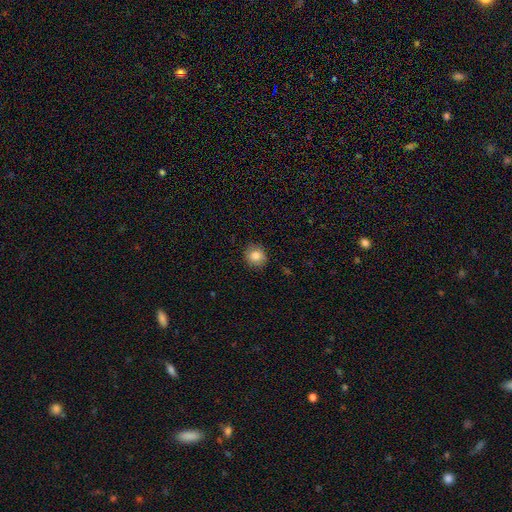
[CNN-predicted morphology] This is clearly a smooth galaxy (82%). How rounded: clearly round (88%). Merging: clearly none (88%).